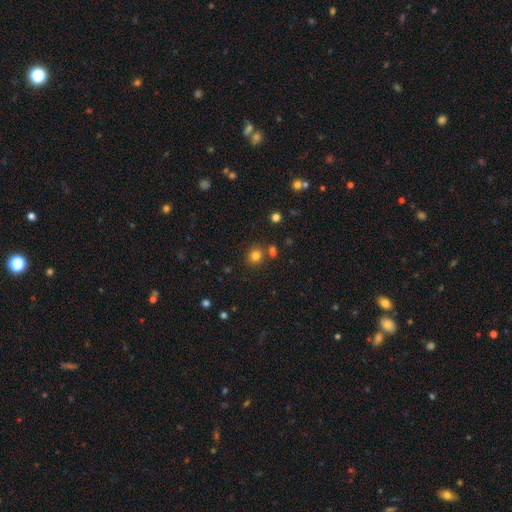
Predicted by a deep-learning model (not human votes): The model was most divided on "merging": none: 73%, merger: 14%, minor disturbance: 10%, major disturbance: 3%. More confident: how rounded — round (80%); smooth or featured — smooth (80%).